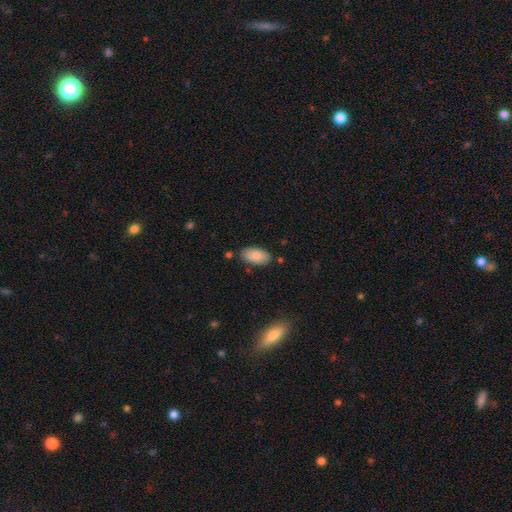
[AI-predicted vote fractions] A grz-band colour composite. It shows a smooth galaxy with no disk features (86%) that is in between round and cigar-shaped (95%). Merging: none (82%).